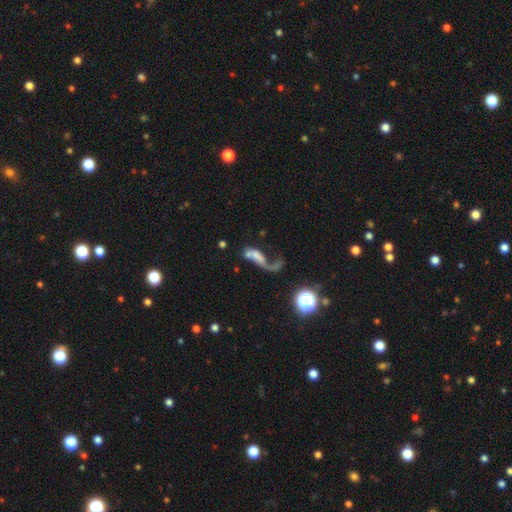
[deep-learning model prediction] Smooth or featured?
  - featured or disk: 49% *
  - smooth: 38%
  - star or artifact: 13%
Merging?
  - major disturbance: 38% *
  - merger: 32%
  - none: 20%
  - minor disturbance: 11%